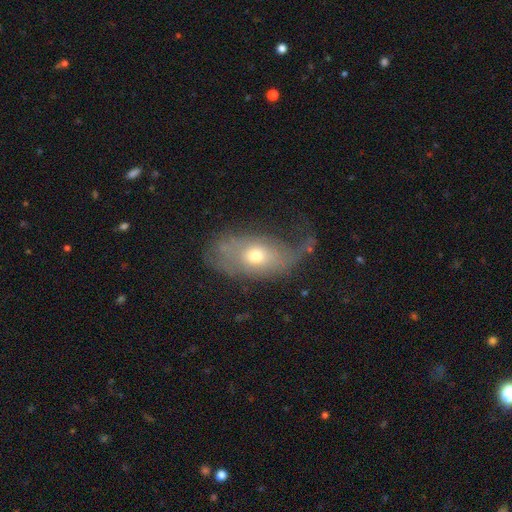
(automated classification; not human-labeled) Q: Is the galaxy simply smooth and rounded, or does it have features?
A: smooth — 51%.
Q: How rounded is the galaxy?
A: in between — 86%.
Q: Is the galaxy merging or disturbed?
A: major disturbance — 37%.